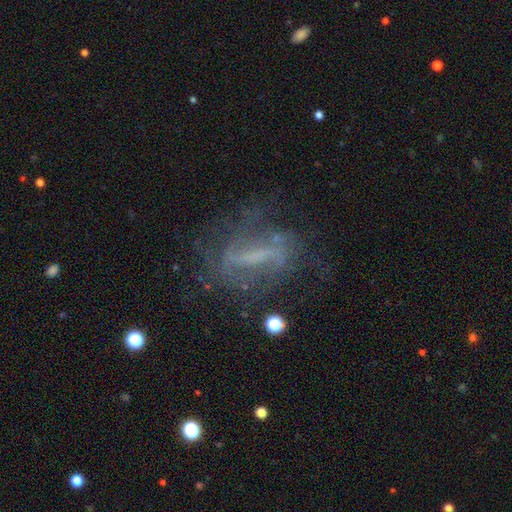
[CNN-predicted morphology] smooth-or-featured: featured or disk: 67% | smooth: 19% | star or artifact: 14%
  disk-edge-on: no: 78% | yes: 22%
    bar: strong: 55% | weak: 26% | no: 19%
    has-spiral-arms: yes: 58% | no: 42%
    bulge-size: none: 51% | small: 28% | moderate: 16% | large: 4% | dominant: 1%
  merging: none: 57% | major disturbance: 20% | minor disturbance: 20% | merger: 3%